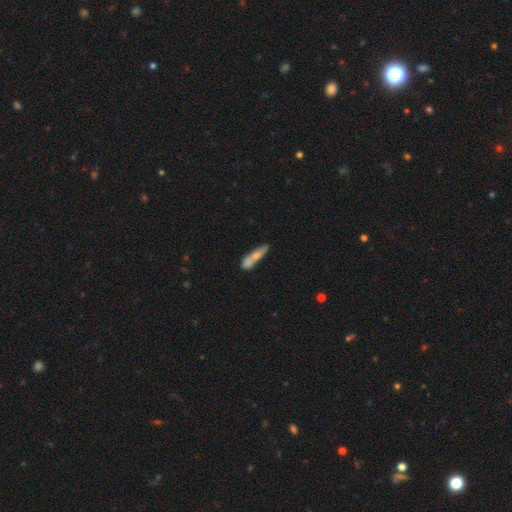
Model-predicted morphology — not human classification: Smooth or featured: smooth — 60% (featured or disk — 32%)
How rounded: cigar-shaped — 80% (in between — 17%)
Merging: none — 47% (merger — 28%)